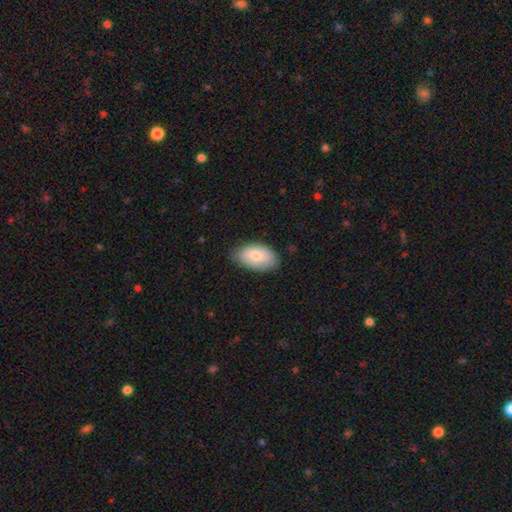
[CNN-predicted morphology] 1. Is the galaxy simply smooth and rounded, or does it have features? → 70% smooth, 24% featured or disk, 6% star or artifact.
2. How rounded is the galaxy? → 93% in between, 5% round, 1% cigar-shaped.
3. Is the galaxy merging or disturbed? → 78% none, 18% minor disturbance, 3% major disturbance, 1% merger.